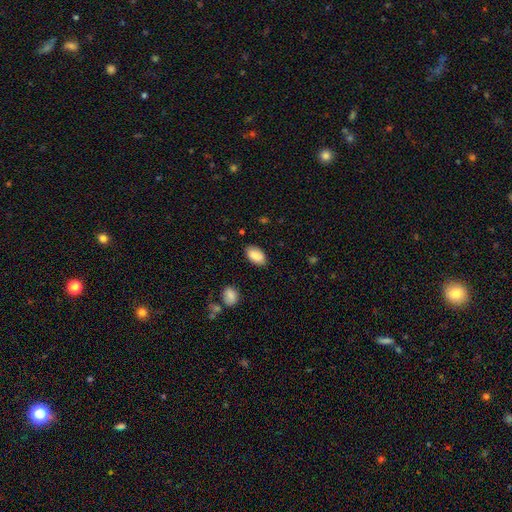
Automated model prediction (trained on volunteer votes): A smooth galaxy with no disk features (87%) that is in between round and cigar-shaped (94%). Merging: none (83%).